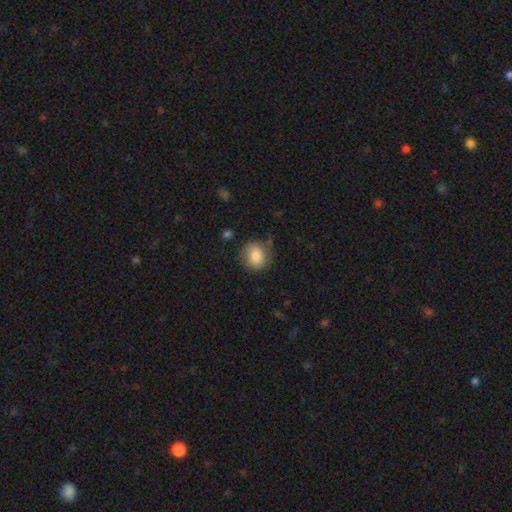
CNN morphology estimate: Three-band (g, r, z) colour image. It shows a smooth galaxy with no disk features (83%) that is round (75%). Merging: none (68%).